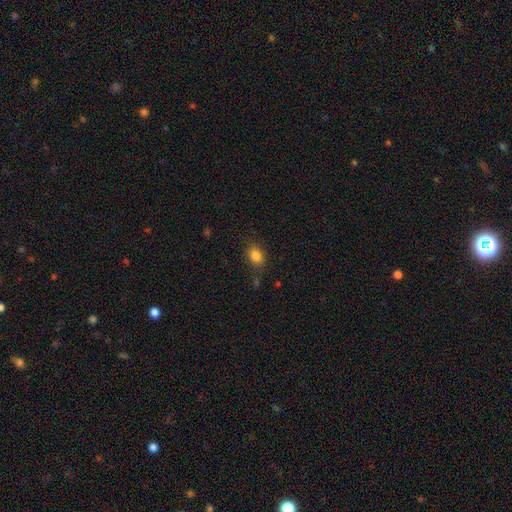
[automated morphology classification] This appears to be a smooth galaxy with no disk features (85%) that is in between round and cigar-shaped (63%). Merging: none (76%).